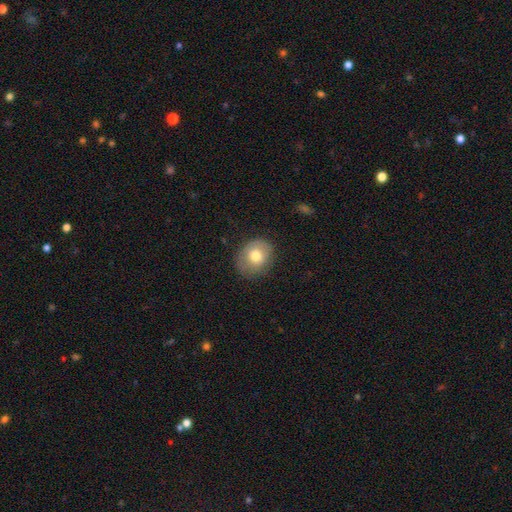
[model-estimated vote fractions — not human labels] A smooth galaxy with no disk features (73%) that is round (61%).

Vote fractions:
- Smooth or featured? smooth: 73% / featured or disk: 18% / star or artifact: 9%
- How rounded? round: 61% / in between: 39% / cigar-shaped: 1%
- Merging? none: 76% / minor disturbance: 18% / major disturbance: 5% / merger: 1%